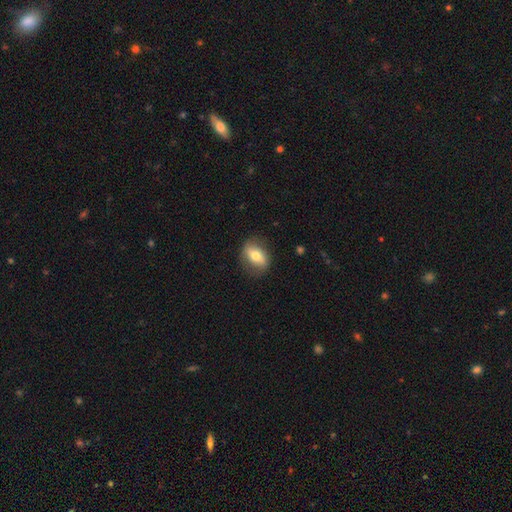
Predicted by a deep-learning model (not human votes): smooth_or_featured: smooth (p=0.57) [alt: featured or disk p=0.36]
how_rounded: in between (p=0.71) [alt: round p=0.25]
merging: none (p=0.79) [alt: minor disturbance p=0.15]